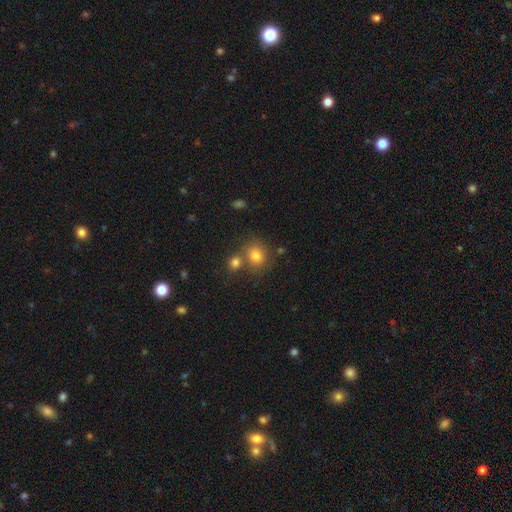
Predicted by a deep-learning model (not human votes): smooth_or_featured: smooth (p=0.79) [alt: star or artifact p=0.12]
how_rounded: round (p=0.79) [alt: in between p=0.21]
merging: none (p=0.59) [alt: merger p=0.28]